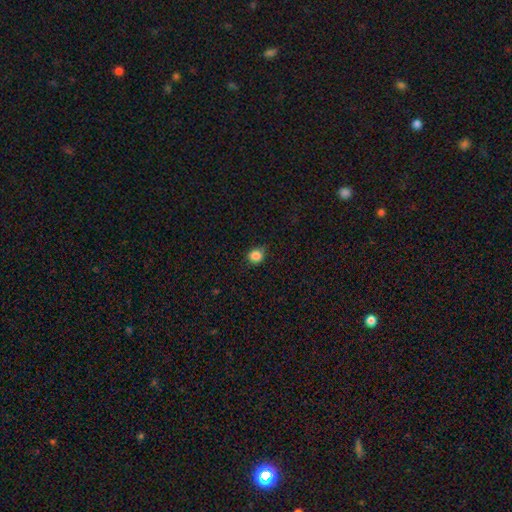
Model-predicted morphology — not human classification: type=smooth (85%); roundness=round (82%); merging=none (78%).